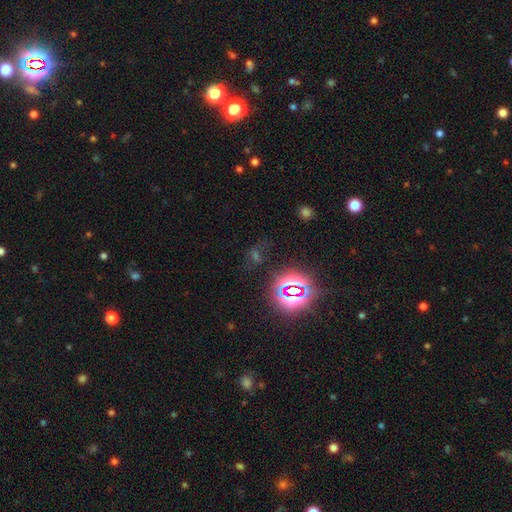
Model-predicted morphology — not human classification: A star or artifact, not a galaxy (63%).